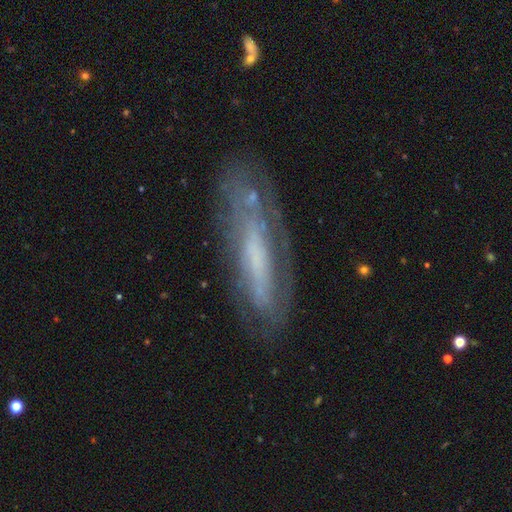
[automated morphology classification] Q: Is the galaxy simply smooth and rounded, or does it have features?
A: featured or disk — 62%.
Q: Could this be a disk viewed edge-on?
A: no — 63%.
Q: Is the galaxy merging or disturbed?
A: none — 66%.